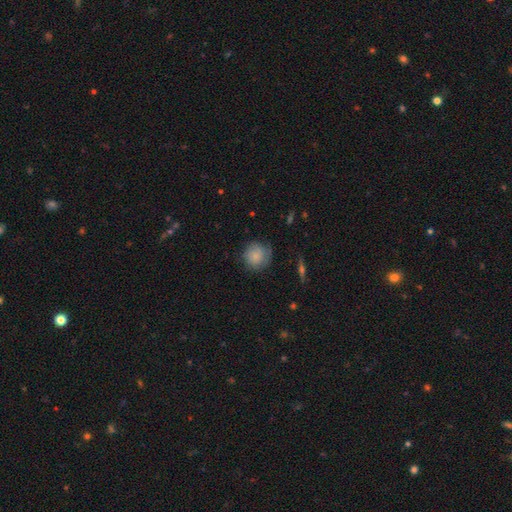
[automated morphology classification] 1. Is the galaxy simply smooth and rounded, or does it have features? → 80% smooth, 12% featured or disk, 8% star or artifact.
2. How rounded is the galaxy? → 92% round, 7% in between, 1% cigar-shaped.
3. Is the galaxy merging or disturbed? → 74% none, 19% minor disturbance, 5% major disturbance, 1% merger.